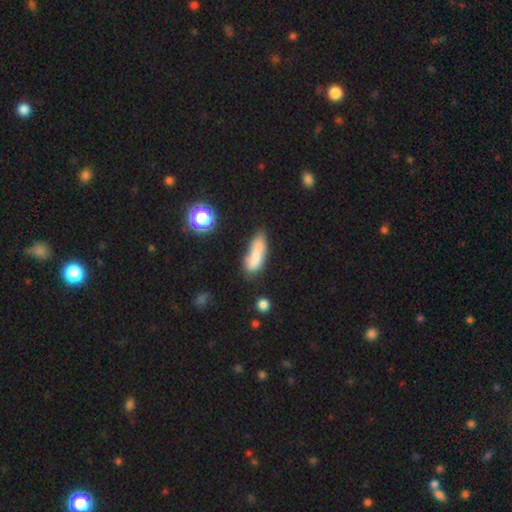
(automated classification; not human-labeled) smooth 71%, featured or disk 20%, star or artifact 9%. Down the decision tree: how rounded — in between (58%); merging — none (48%).